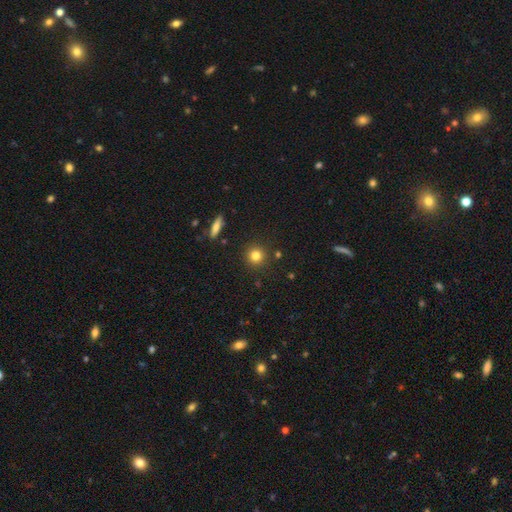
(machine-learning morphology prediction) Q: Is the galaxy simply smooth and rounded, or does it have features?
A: smooth — 81%.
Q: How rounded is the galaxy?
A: round — 93%.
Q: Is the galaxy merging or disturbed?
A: none — 90%.